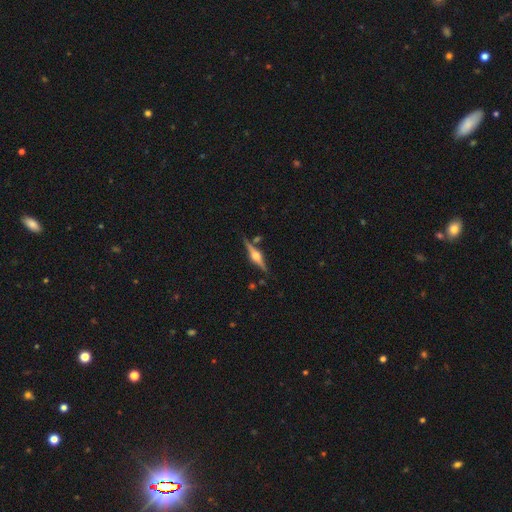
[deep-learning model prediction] A featured or disk galaxy (82%) viewed edge-on (98%) with a rounded central bulge (93%).

Vote fractions:
- Smooth or featured? featured or disk: 82% / smooth: 12% / star or artifact: 6%
- Edge-on disk? yes: 98% / no: 2%
- Edge-on bulge? rounded: 93% / boxy: 5% / none: 1%
- Merging? none: 83% / minor disturbance: 10% / merger: 5% / major disturbance: 2%